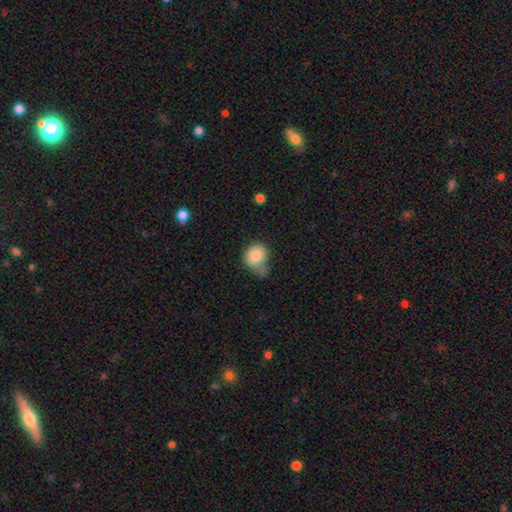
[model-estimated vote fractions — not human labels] Smooth or featured? Predicted: smooth (p=0.83). How rounded? Predicted: round (p=0.69). Merging? Predicted: none (p=0.39).